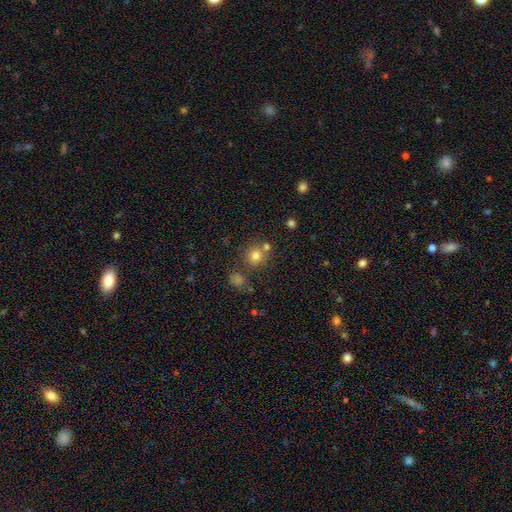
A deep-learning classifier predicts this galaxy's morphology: A smooth galaxy with no disk features (77%) that is round (88%). Merging: none (69%).